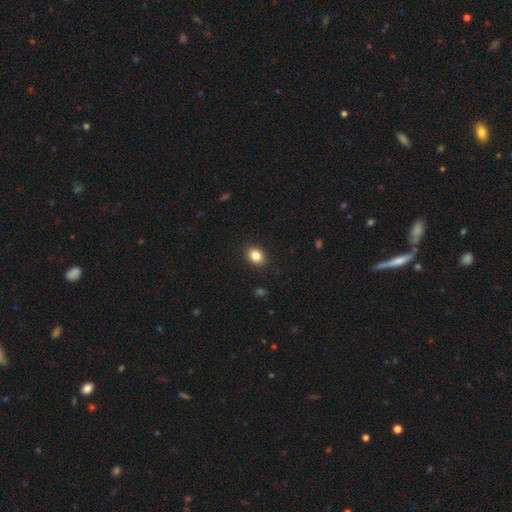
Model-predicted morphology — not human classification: This is clearly a smooth galaxy (84%). How rounded: possibly in between (58%). Merging: clearly none (90%).